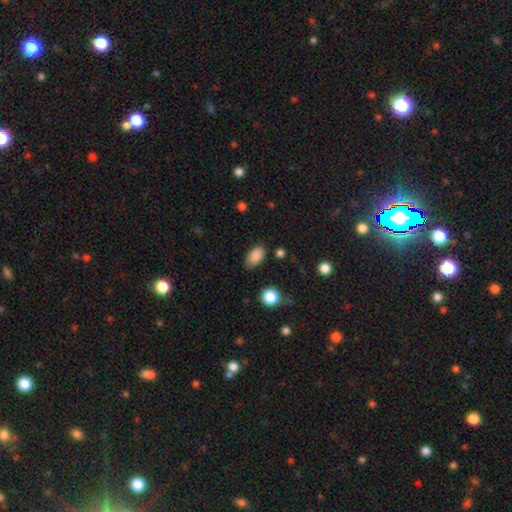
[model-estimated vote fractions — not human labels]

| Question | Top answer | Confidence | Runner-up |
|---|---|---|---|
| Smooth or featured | smooth | 87% | star or artifact (9%) |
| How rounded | in between | 92% | round (6%) |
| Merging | none | 78% | minor disturbance (17%) |